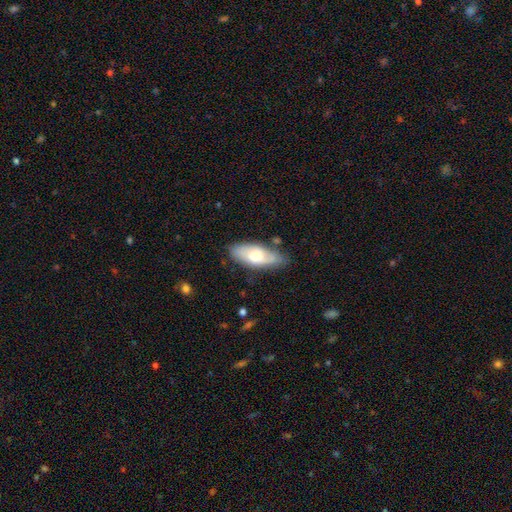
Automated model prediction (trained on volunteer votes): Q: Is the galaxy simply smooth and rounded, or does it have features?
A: smooth — 64%.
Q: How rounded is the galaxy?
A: in between — 81%.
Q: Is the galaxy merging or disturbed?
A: none — 73%.